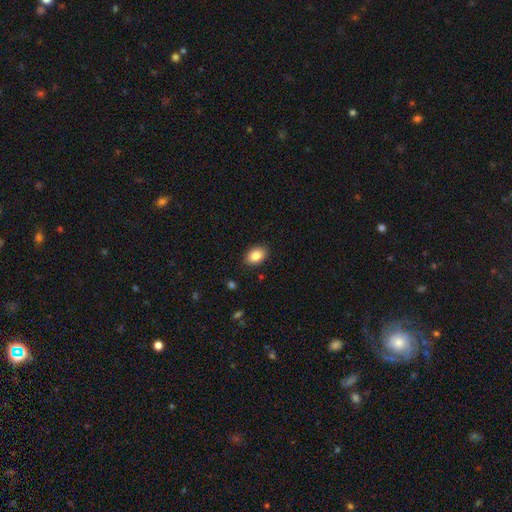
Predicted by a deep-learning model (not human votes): Q: Smooth or featured?
A: smooth (87%); runner-up: star or artifact (8%)
Q: How rounded?
A: in between (83%); runner-up: round (16%)
Q: Merging?
A: none (88%); runner-up: minor disturbance (9%)